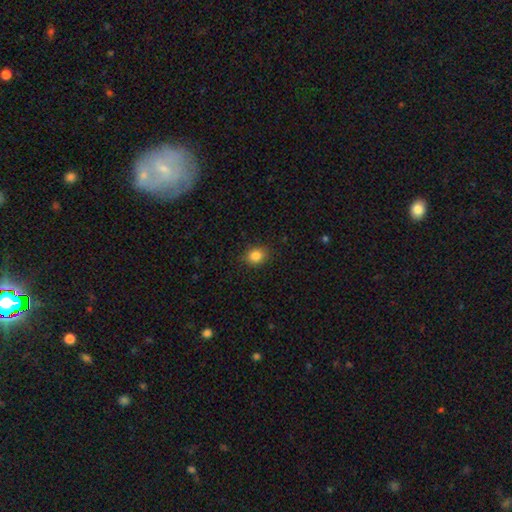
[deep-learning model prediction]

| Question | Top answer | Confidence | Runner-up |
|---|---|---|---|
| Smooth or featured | smooth | 85% | star or artifact (10%) |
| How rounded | round | 62% | in between (37%) |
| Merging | none | 87% | minor disturbance (10%) |